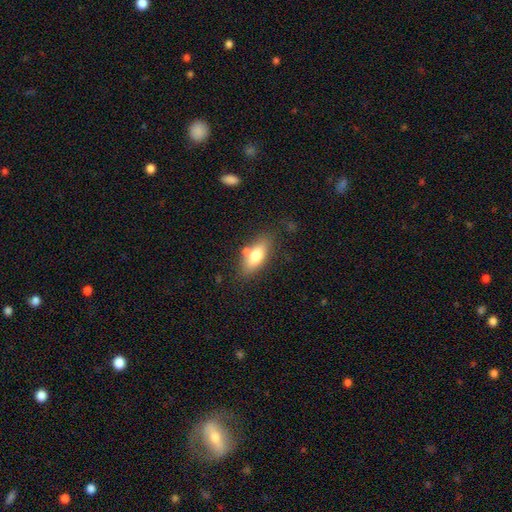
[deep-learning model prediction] Overall: smooth (74%). How rounded: in between (80%). Merging: none (68%).